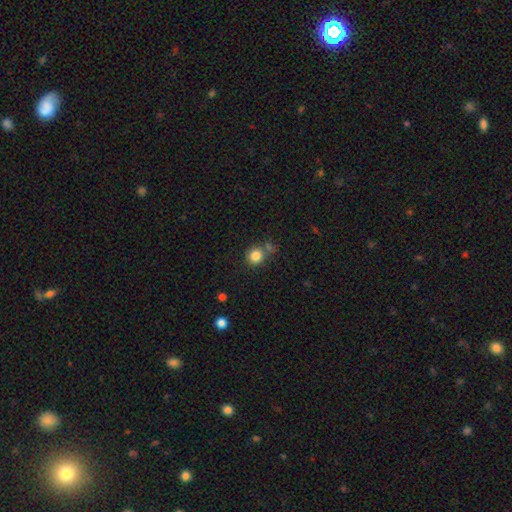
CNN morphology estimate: Q: Smooth or featured?
A: smooth (83%); runner-up: star or artifact (11%)
Q: How rounded?
A: round (88%); runner-up: in between (11%)
Q: Merging?
A: none (70%); runner-up: merger (15%)